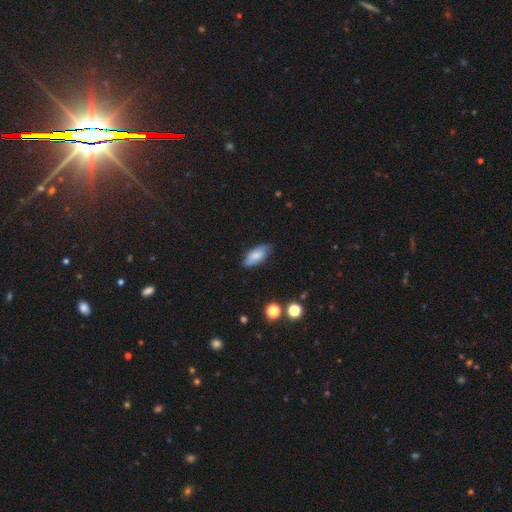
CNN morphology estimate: This is likely a smooth galaxy (76%). How rounded: clearly in between (86%). Merging: likely none (77%).